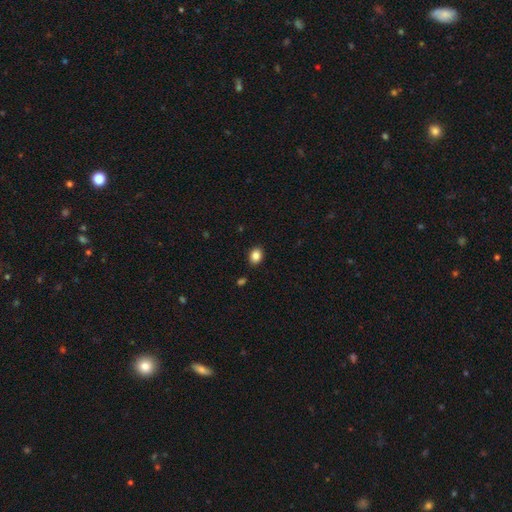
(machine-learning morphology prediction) type=smooth (86%); roundness=in between (63%); merging=none (89%).